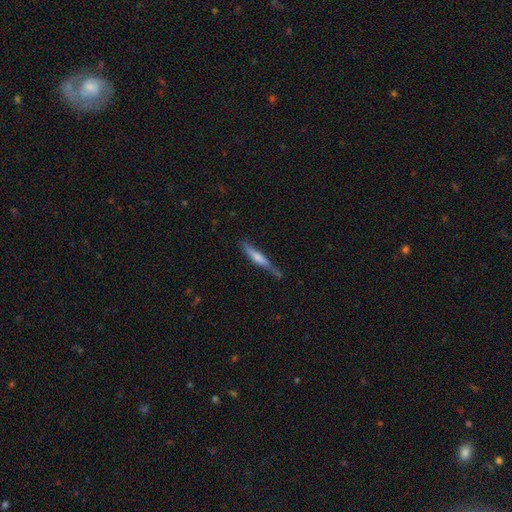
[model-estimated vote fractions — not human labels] smooth_or_featured: featured or disk (p=0.63) [alt: smooth p=0.28]
disk_edge_on: yes (p=0.94) [alt: no p=0.06]
edge_on_bulge: rounded (p=0.61) [alt: none p=0.20]
merging: none (p=0.75) [alt: minor disturbance p=0.18]